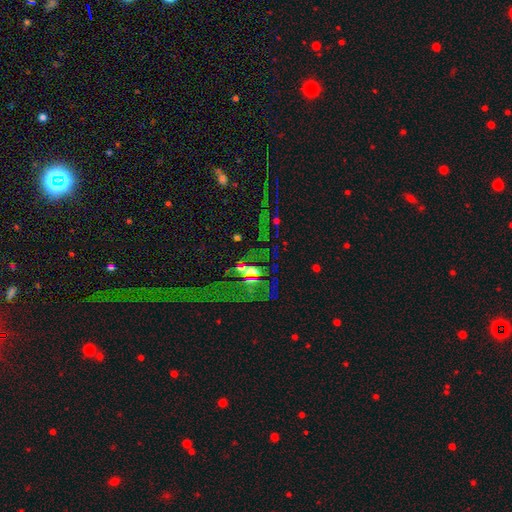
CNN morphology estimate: star or artifact 71%, featured or disk 16%, smooth 13%.